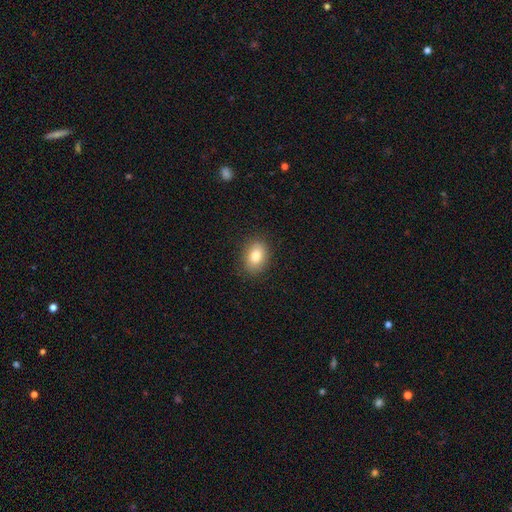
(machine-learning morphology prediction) smooth_or_featured: smooth (p=0.82) [alt: featured or disk p=0.09]
how_rounded: in between (p=0.74) [alt: round p=0.25]
merging: none (p=0.87) [alt: minor disturbance p=0.09]